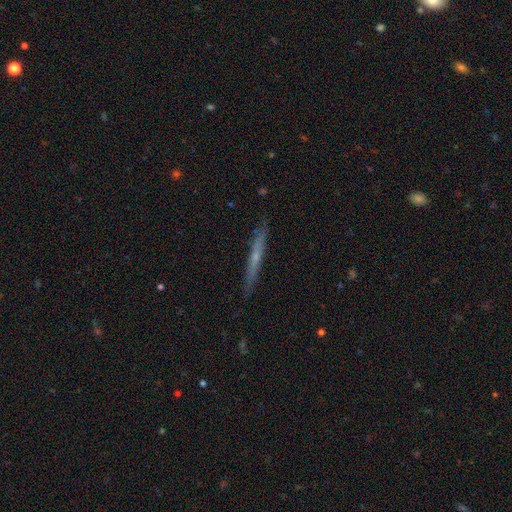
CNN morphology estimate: smooth-or-featured: featured or disk: 55% | smooth: 38% | star or artifact: 7%
  disk-edge-on: yes: 96% | no: 4%
    edge-on-bulge: none: 56% | rounded: 39% | boxy: 4%
  merging: none: 89% | minor disturbance: 9% | major disturbance: 2% | merger: 1%